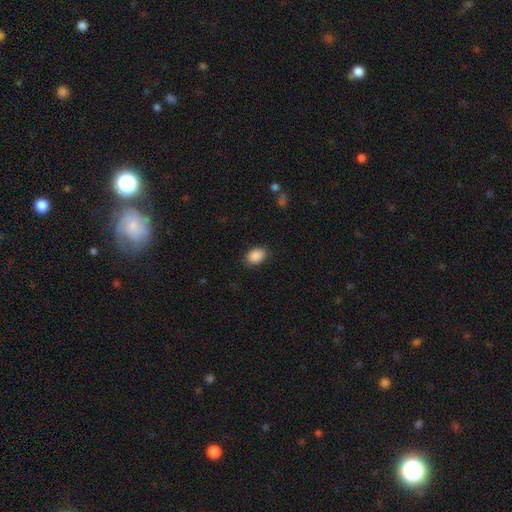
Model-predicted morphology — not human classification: smooth_or_featured: smooth (p=0.89) [alt: star or artifact p=0.08]
how_rounded: in between (p=0.79) [alt: round p=0.20]
merging: none (p=0.85) [alt: minor disturbance p=0.11]